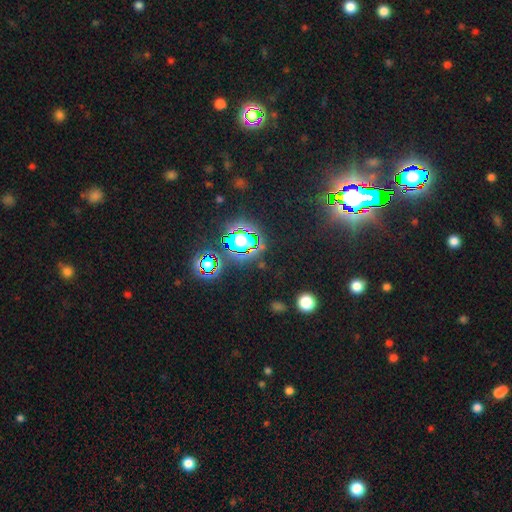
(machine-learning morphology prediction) smooth_or_featured: star or artifact (p=0.83) [alt: smooth p=0.10]